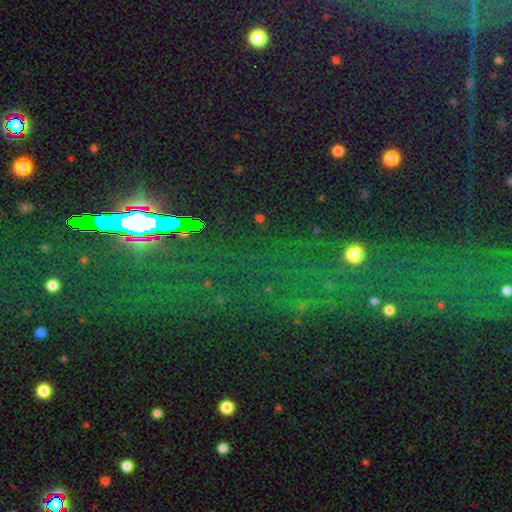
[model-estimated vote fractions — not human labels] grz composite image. It shows a star or artifact, not a galaxy (76%).